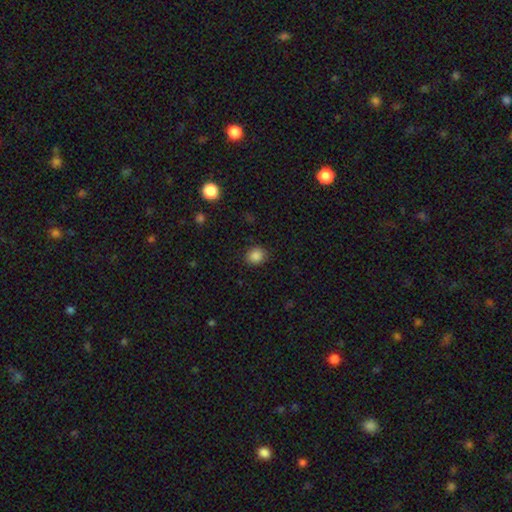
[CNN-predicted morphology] This appears to be a smooth galaxy with no disk features (86%) that is round (76%). Merging: none (88%).